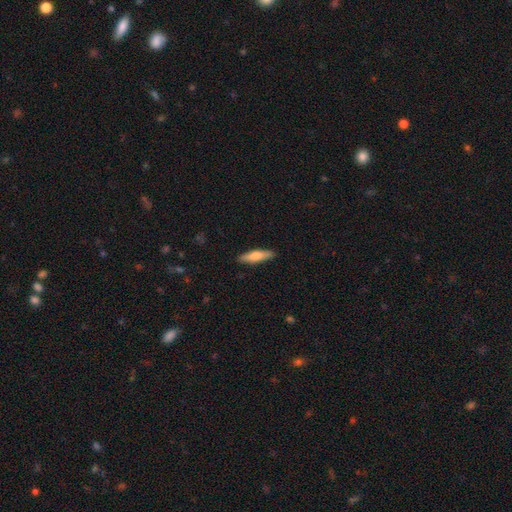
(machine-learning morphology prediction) Smooth or featured? smooth (66%)
How rounded? cigar-shaped (74%)
Merging? none (89%)